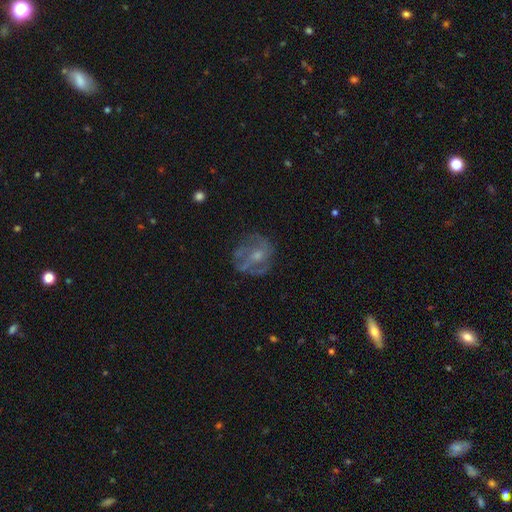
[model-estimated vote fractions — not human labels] A featured or disk galaxy (63%) with no bar (67%), spiral arms (57%) and a moderate central bulge (45%). Merging: none (64%).